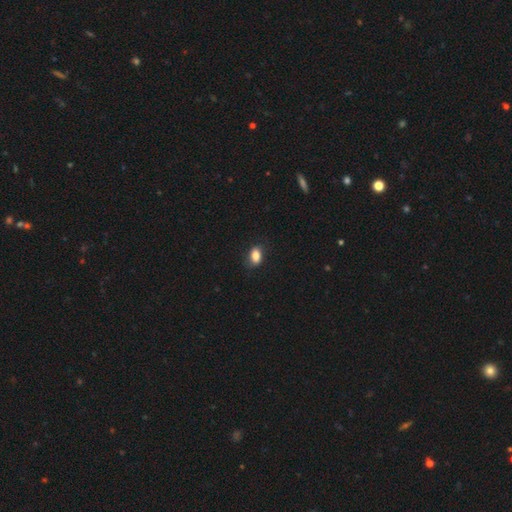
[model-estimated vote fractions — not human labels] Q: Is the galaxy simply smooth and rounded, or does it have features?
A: smooth — 84%.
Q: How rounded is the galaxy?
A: in between — 84%.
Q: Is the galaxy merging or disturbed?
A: none — 82%.